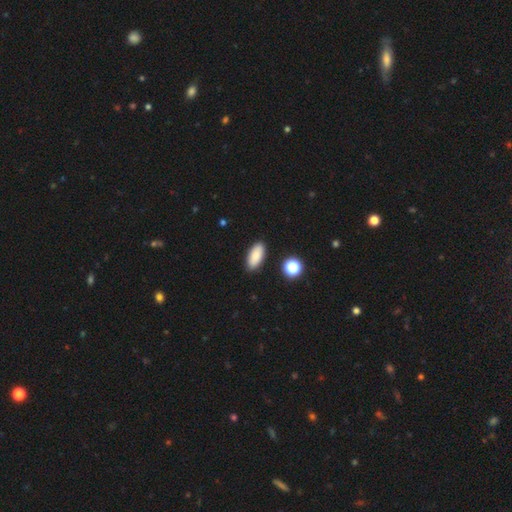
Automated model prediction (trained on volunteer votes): smooth 86%, star or artifact 8%, featured or disk 6%. Down the decision tree: how rounded — in between (85%); merging — none (88%).